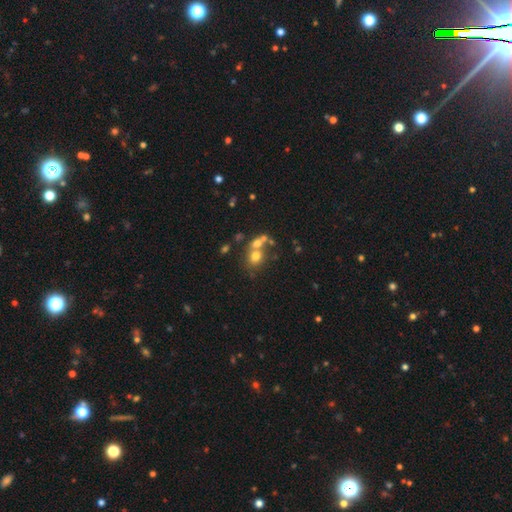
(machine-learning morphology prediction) The model was most divided on "merging": merger: 47%, none: 38%, minor disturbance: 9%, major disturbance: 5%. More confident: smooth or featured — smooth (67%); how rounded — round (64%).